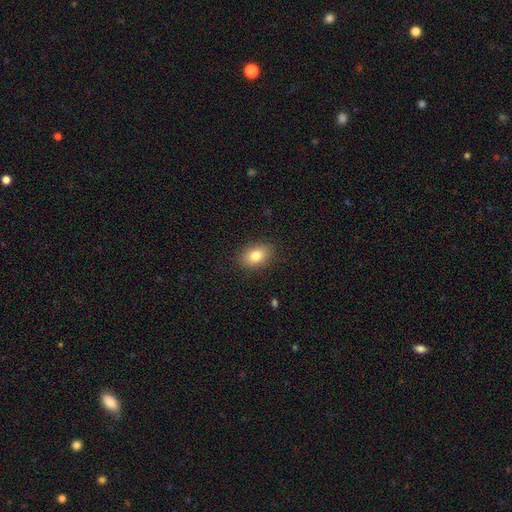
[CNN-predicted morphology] A smooth galaxy with no disk features (83%) that is in between round and cigar-shaped (81%).

Vote fractions:
- Smooth or featured? smooth: 83% / featured or disk: 9% / star or artifact: 8%
- How rounded? in between: 81% / round: 18% / cigar-shaped: 1%
- Merging? none: 88% / minor disturbance: 9% / major disturbance: 2% / merger: 1%